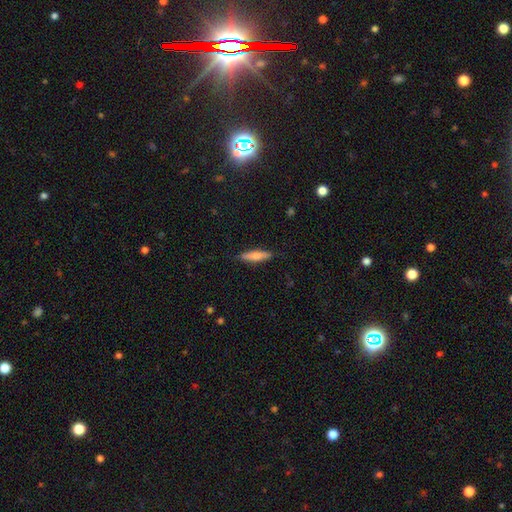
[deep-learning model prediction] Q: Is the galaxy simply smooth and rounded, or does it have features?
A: smooth — 72%.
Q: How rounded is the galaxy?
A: cigar-shaped — 75%.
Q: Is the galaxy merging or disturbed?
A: none — 87%.